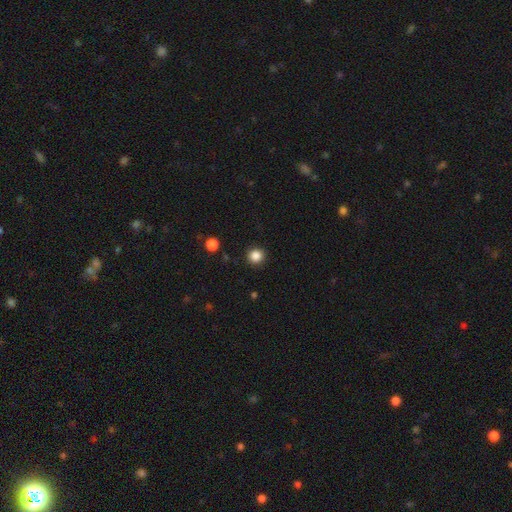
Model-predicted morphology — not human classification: smooth_or_featured: smooth (p=0.85) [alt: star or artifact p=0.12]
how_rounded: round (p=0.93) [alt: in between p=0.06]
merging: none (p=0.91) [alt: minor disturbance p=0.05]